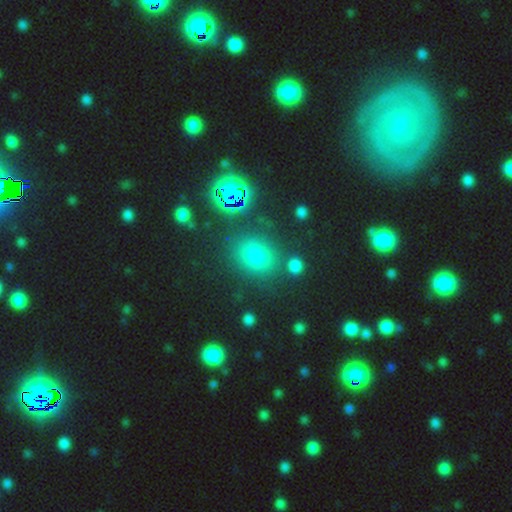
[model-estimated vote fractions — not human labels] The model was most divided on "how rounded": round: 57%, in between: 41%, cigar-shaped: 2%. More confident: merging — none (79%); smooth or featured — smooth (65%).